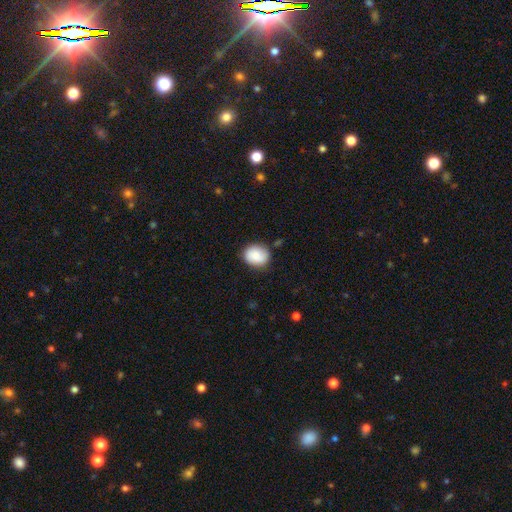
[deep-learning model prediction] Overall: smooth (87%). How rounded: round (57%; in between 43%). Merging: none (79%).